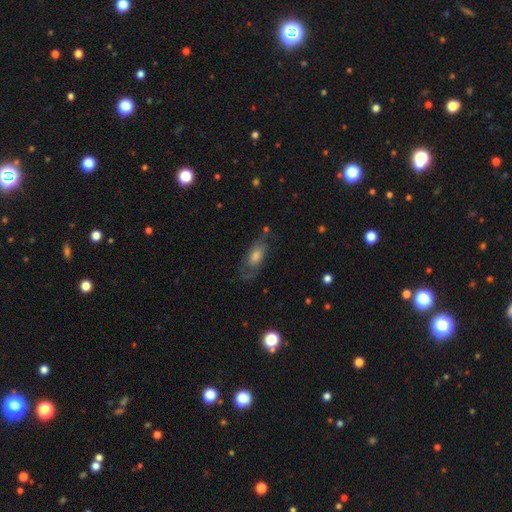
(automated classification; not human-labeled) The model was most divided on "smooth or featured": featured or disk: 50%, smooth: 38%, star or artifact: 13%. More confident: merging — none (65%).